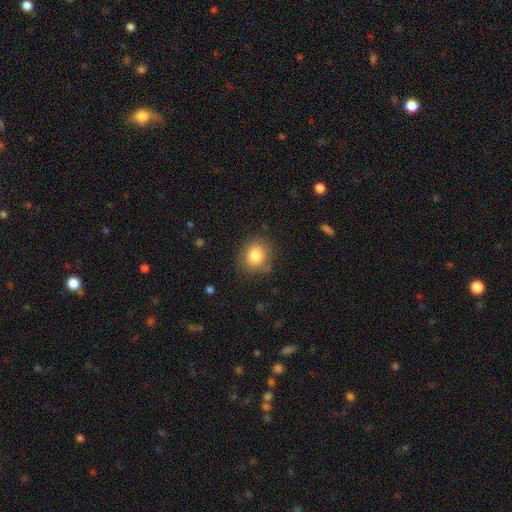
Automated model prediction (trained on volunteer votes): Overall: smooth (82%). How rounded: round (74%). Merging: none (81%).